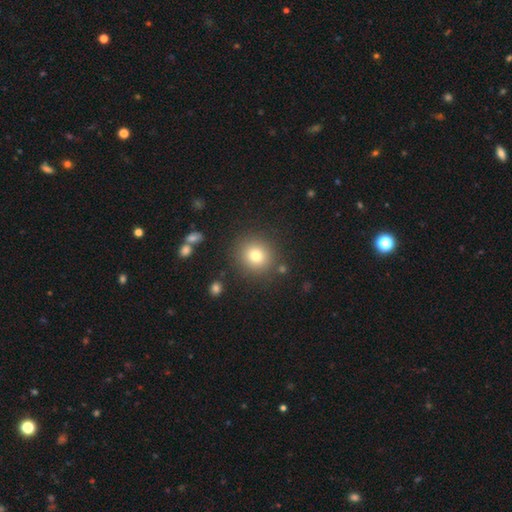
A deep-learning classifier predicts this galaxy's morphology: A smooth galaxy with no disk features (78%) that is round (88%). Merging: none (86%).